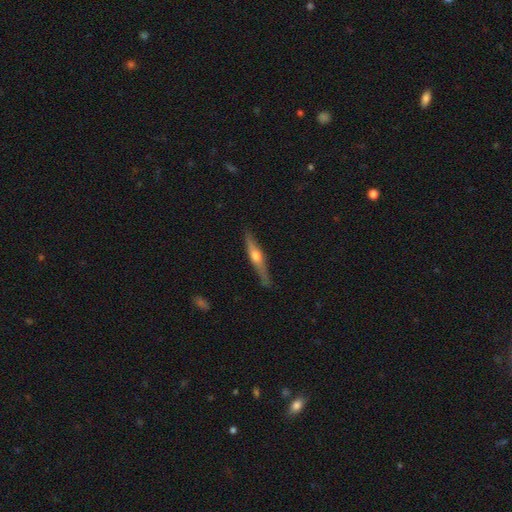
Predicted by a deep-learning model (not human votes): Smooth or featured?
  - featured or disk: 65% *
  - smooth: 29%
  - star or artifact: 5%
Edge-on disk?
  - yes: 96% *
  - no: 4%
Edge-on bulge?
  - rounded: 92% *
  - none: 4%
  - boxy: 4%
Merging?
  - none: 84% *
  - minor disturbance: 12%
  - major disturbance: 2%
  - merger: 1%